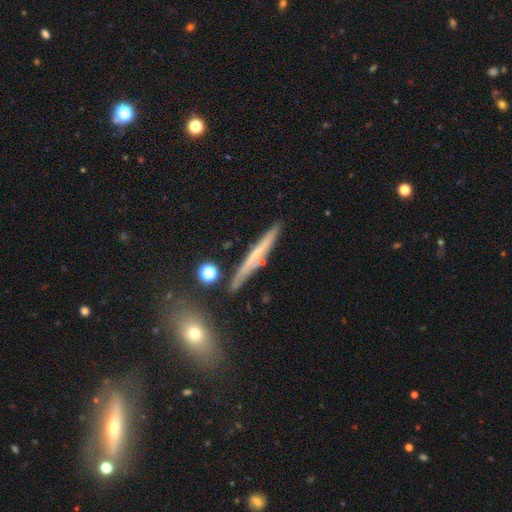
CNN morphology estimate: Q: Smooth or featured?
A: featured or disk (56%); runner-up: smooth (36%)
Q: Edge-on disk?
A: yes (94%); runner-up: no (6%)
Q: Edge-on bulge?
A: none (64%); runner-up: rounded (31%)
Q: Merging?
A: none (83%); runner-up: minor disturbance (11%)